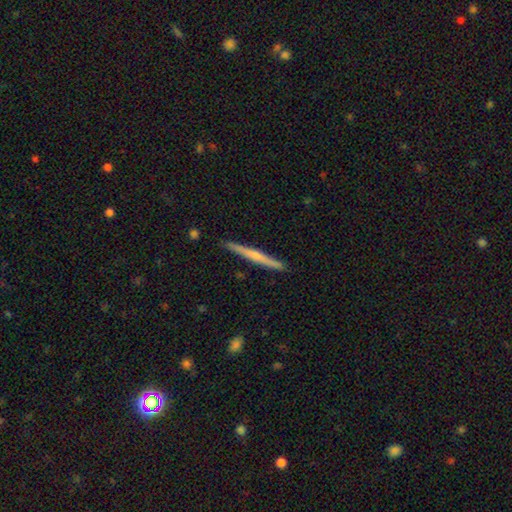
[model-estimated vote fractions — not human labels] This is possibly a featured or disk galaxy (58%). It is clearly viewed edge-on (98%). Edge-on bulge: possibly rounded (54%). Merging: clearly none (91%).